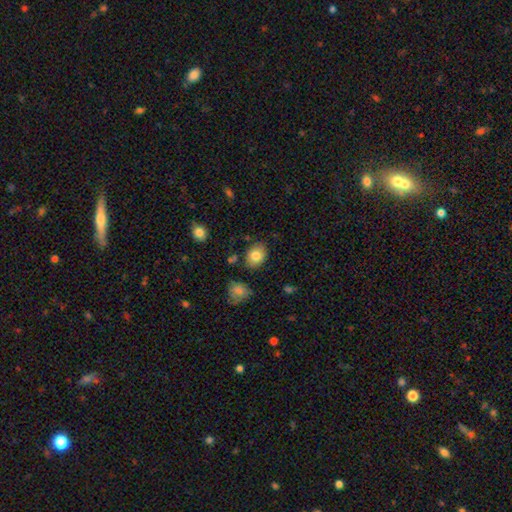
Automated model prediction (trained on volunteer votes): A smooth galaxy with no disk features (80%) that is in between round and cigar-shaped (66%).

Vote fractions:
- Smooth or featured? smooth: 80% / featured or disk: 11% / star or artifact: 9%
- How rounded? in between: 66% / round: 33% / cigar-shaped: 1%
- Merging? none: 80% / minor disturbance: 13% / merger: 3% / major disturbance: 3%